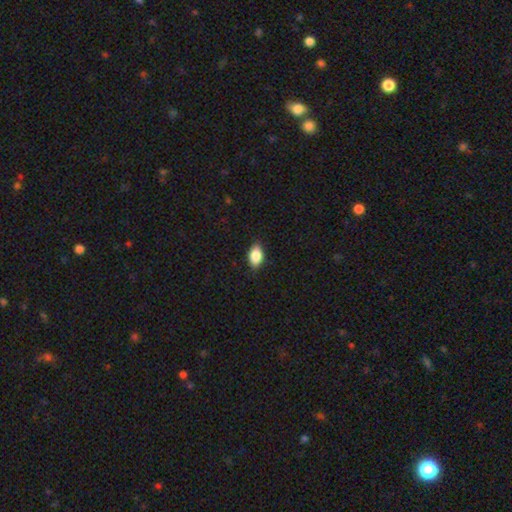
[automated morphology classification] Smooth or featured: smooth — 85% (star or artifact — 7%)
How rounded: in between — 90% (round — 7%)
Merging: none — 86% (minor disturbance — 11%)